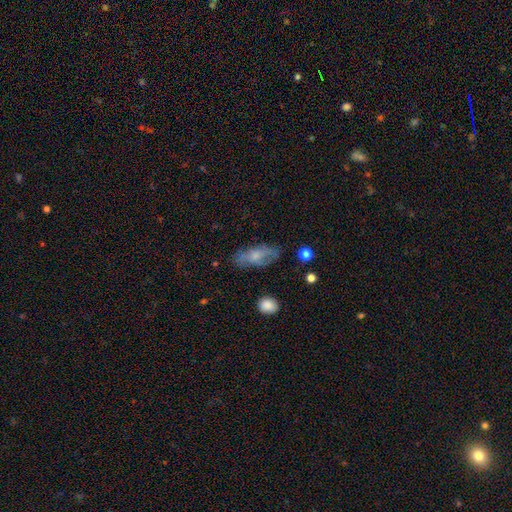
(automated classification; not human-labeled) Smooth or featured? Predicted: smooth (p=0.59). How rounded? Predicted: in between (p=0.78). Merging? Predicted: none (p=0.70).